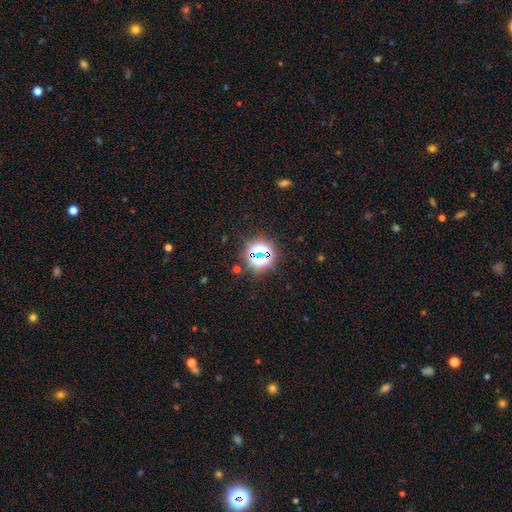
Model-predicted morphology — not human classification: Smooth or featured: star or artifact — 69% (smooth — 21%)